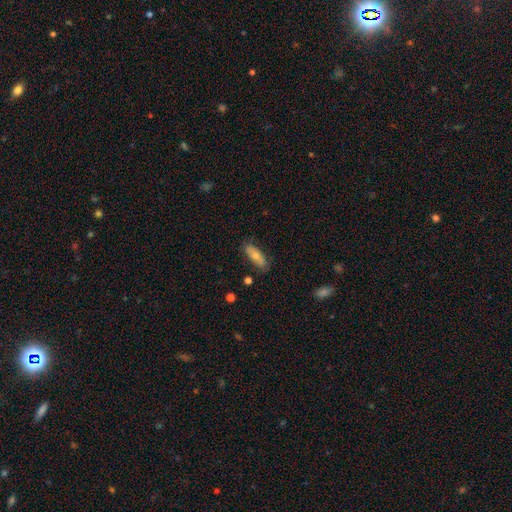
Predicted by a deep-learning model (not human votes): Smooth or featured? Predicted: smooth (p=0.69). How rounded? Predicted: in between (p=0.67). Merging? Predicted: none (p=0.78).